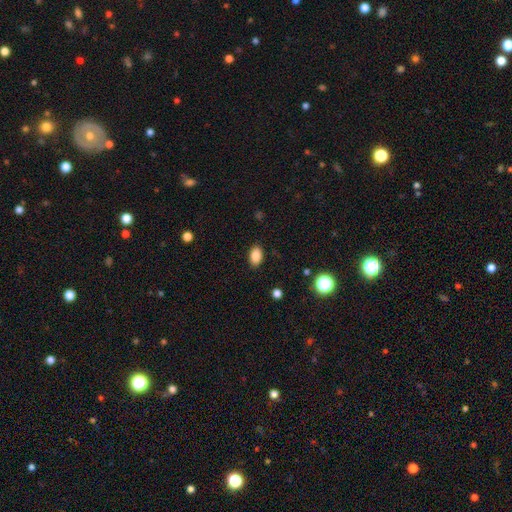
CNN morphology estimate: Smooth or featured?
  - smooth: 86% *
  - star or artifact: 10%
  - featured or disk: 4%
How rounded?
  - in between: 88% *
  - round: 11%
  - cigar-shaped: 1%
Merging?
  - none: 87% *
  - minor disturbance: 9%
  - major disturbance: 2%
  - merger: 1%